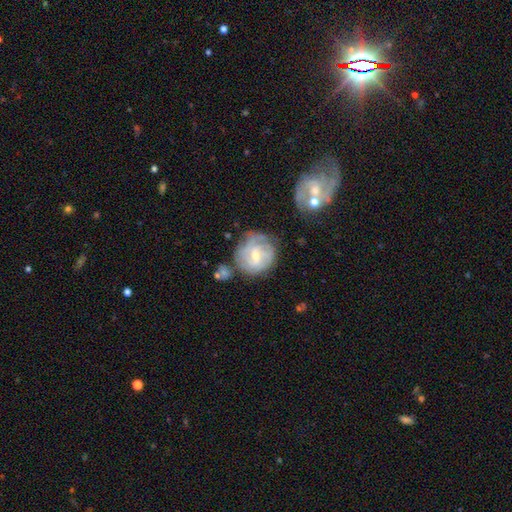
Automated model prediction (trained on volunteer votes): A featured or disk galaxy (71%) with a weak bar (55%), tight (61%) spiral arms (86%) and a small central bulge (48%). Merging: none (59%).